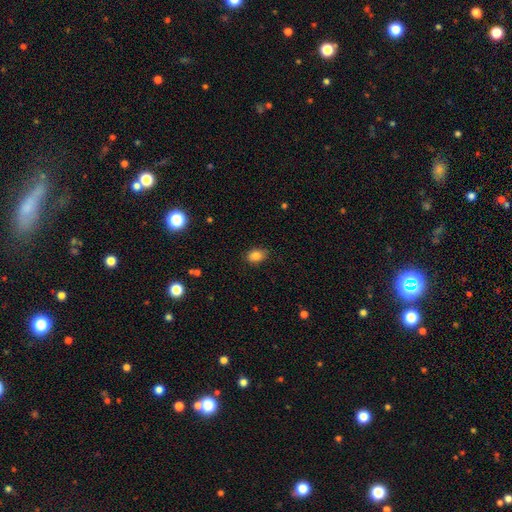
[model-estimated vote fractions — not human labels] Smooth or featured?
  - smooth: 86% *
  - star or artifact: 9%
  - featured or disk: 5%
How rounded?
  - in between: 80% *
  - round: 19%
  - cigar-shaped: 1%
Merging?
  - none: 83% *
  - minor disturbance: 13%
  - major disturbance: 3%
  - merger: 1%